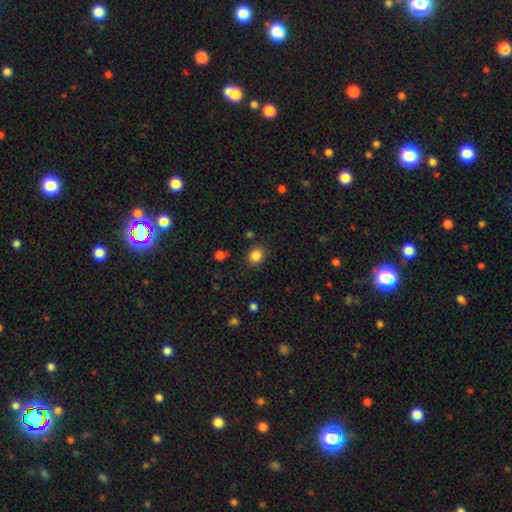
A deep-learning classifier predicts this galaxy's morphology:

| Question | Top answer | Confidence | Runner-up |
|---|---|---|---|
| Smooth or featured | smooth | 85% | star or artifact (11%) |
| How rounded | round | 72% | in between (27%) |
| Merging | none | 86% | minor disturbance (9%) |